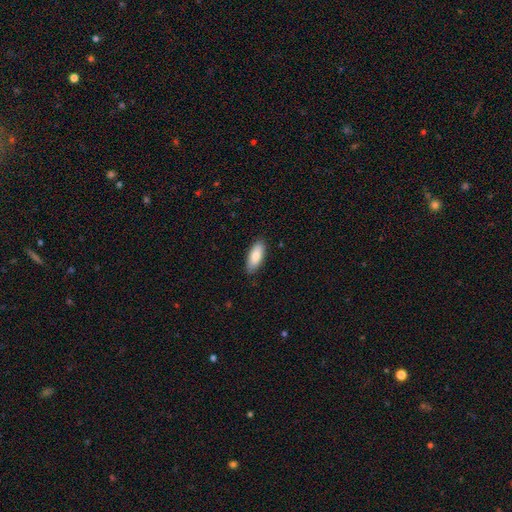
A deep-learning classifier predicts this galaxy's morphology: This appears to be a smooth galaxy with no disk features (84%) that is in between round and cigar-shaped (76%). Merging: none (86%).